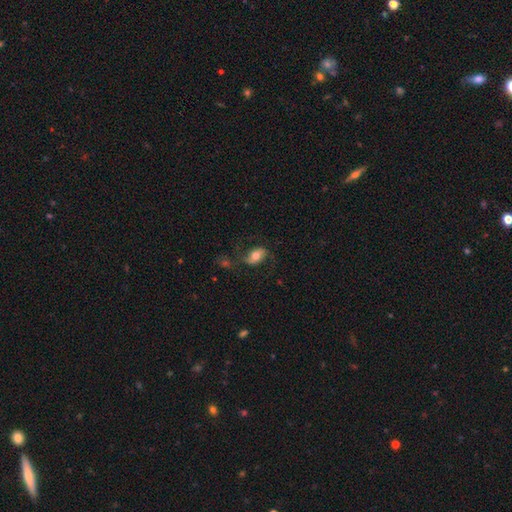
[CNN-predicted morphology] Smooth or featured? Predicted: smooth (p=0.53). How rounded? Predicted: in between (p=0.87). Merging? Predicted: none (p=0.63).